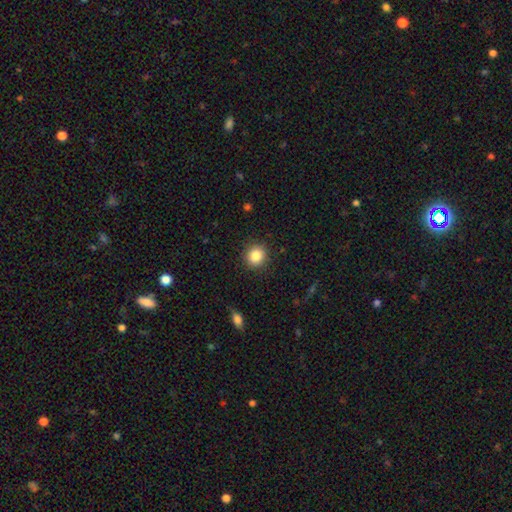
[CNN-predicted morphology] Overall: smooth (85%). How rounded: round (87%). Merging: none (90%).